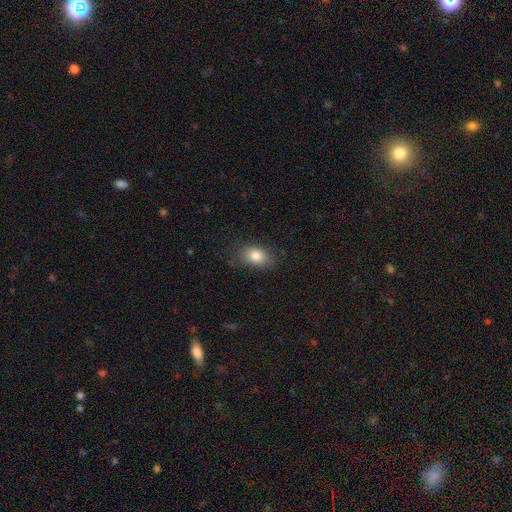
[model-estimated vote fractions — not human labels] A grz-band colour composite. It shows a smooth galaxy with no disk features (81%) that is in between round and cigar-shaped (78%). Merging: none (77%).